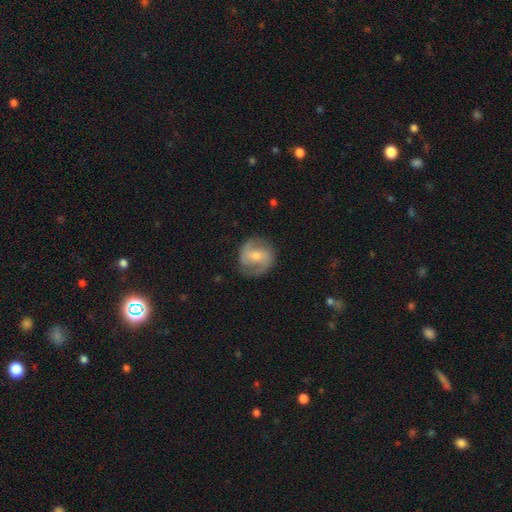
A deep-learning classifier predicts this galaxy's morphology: The model was most divided on "bulge size": moderate: 47%, small: 45%, none: 4%, large: 3%, dominant: 1%. Remaining: edge-on disk — no (97%); spiral arms — yes (94%); spiral arm count — 2 (87%); merging — none (79%); smooth or featured — featured or disk (78%); spiral winding — medium (50%); bar — weak (47%).